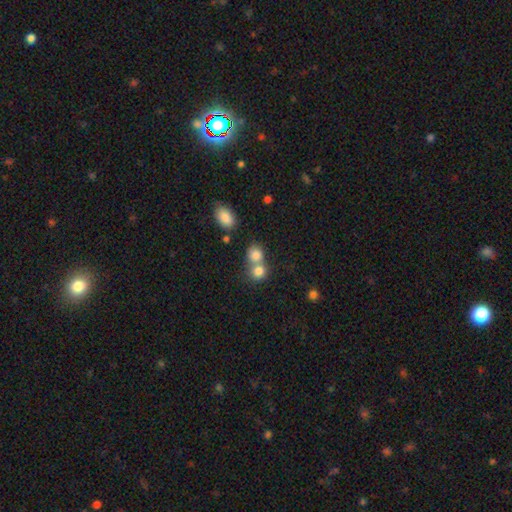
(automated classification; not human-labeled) The model was most divided on "merging": merger: 50%, none: 40%, minor disturbance: 7%, major disturbance: 3%. More confident: smooth or featured — smooth (81%); how rounded — round (75%).